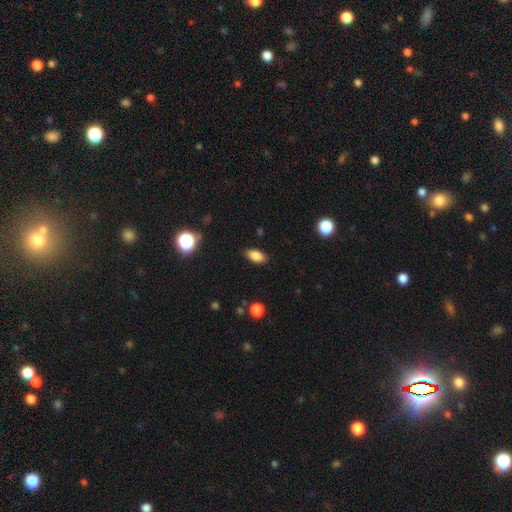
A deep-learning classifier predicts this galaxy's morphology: Smooth or featured? smooth (84%)
How rounded? in between (89%)
Merging? none (87%)